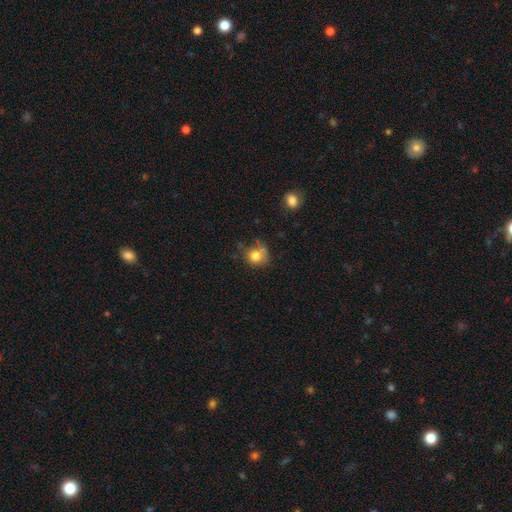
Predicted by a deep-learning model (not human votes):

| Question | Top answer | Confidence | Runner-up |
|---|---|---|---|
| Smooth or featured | smooth | 77% | featured or disk (12%) |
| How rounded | round | 76% | in between (23%) |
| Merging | none | 51% | minor disturbance (29%) |